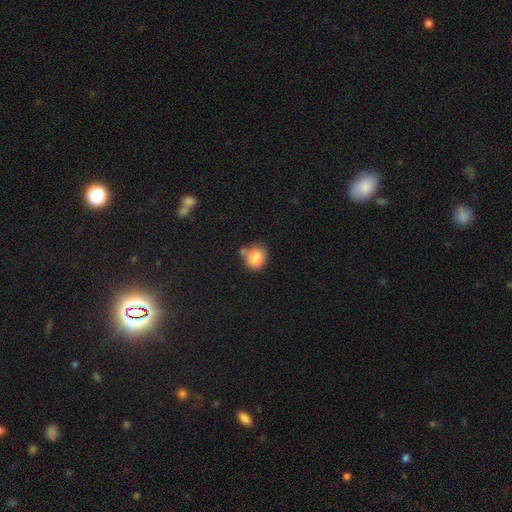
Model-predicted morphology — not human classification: A smooth galaxy with no disk features (84%) that is round (61%).

Vote fractions:
- Smooth or featured? smooth: 84% / star or artifact: 9% / featured or disk: 7%
- How rounded? round: 61% / in between: 38% / cigar-shaped: 1%
- Merging? none: 58% / merger: 20% / minor disturbance: 18% / major disturbance: 5%